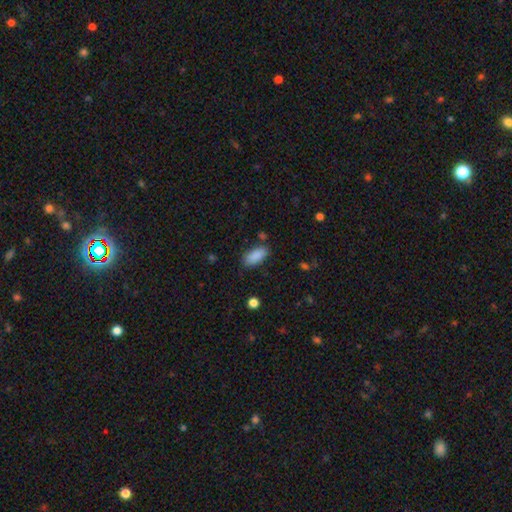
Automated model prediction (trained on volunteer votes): smooth 89%, star or artifact 7%, featured or disk 4%. Down the decision tree: how rounded — in between (89%); merging — none (82%).